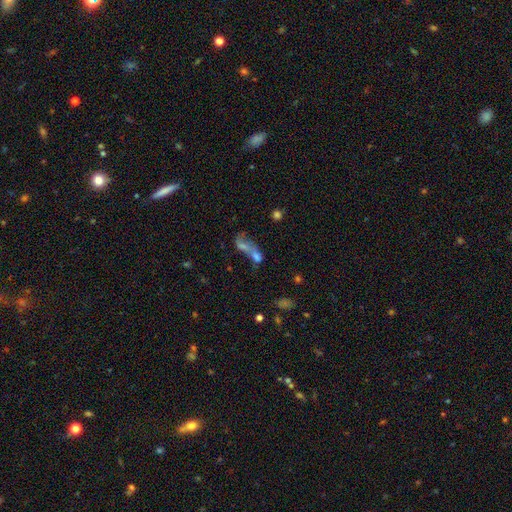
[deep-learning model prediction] Overall: smooth (50%; featured or disk 33%). How rounded: in between (62%; cigar-shaped 25%). Merging: merger (62%).